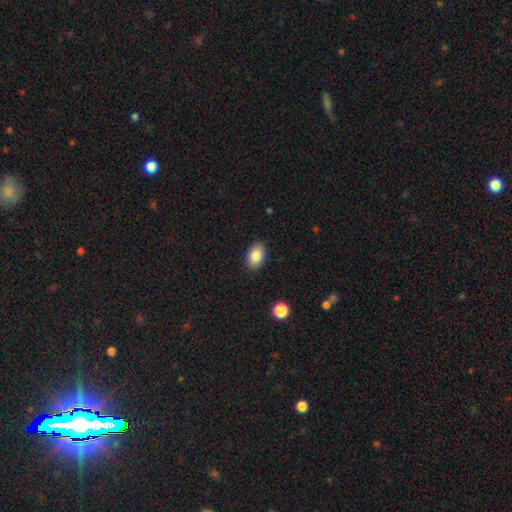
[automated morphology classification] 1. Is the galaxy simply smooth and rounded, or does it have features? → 85% smooth, 8% star or artifact, 7% featured or disk.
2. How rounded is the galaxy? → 89% in between, 9% round, 1% cigar-shaped.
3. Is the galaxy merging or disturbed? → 88% none, 9% minor disturbance, 2% major disturbance, 1% merger.